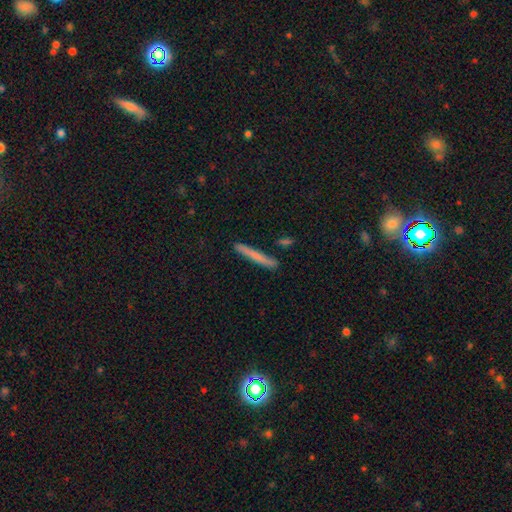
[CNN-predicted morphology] Smooth or featured?
  - smooth: 67% *
  - featured or disk: 26%
  - star or artifact: 6%
How rounded?
  - cigar-shaped: 96% *
  - in between: 2%
  - round: 1%
Merging?
  - none: 86% *
  - minor disturbance: 9%
  - merger: 3%
  - major disturbance: 2%